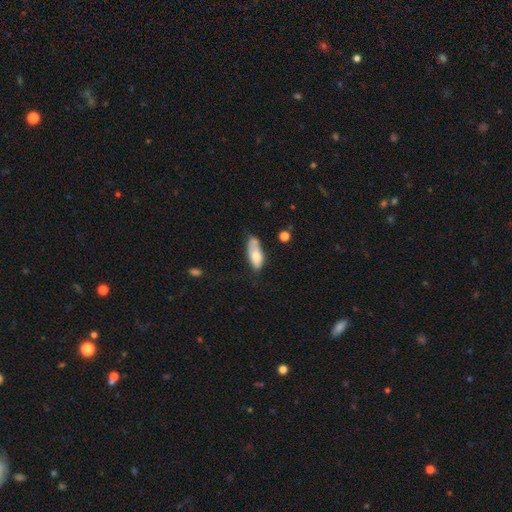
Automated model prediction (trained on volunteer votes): A smooth galaxy with no disk features (69%) that is in between round and cigar-shaped (79%).

Vote fractions:
- Smooth or featured? smooth: 69% / featured or disk: 24% / star or artifact: 7%
- How rounded? in between: 79% / cigar-shaped: 19% / round: 2%
- Merging? none: 42% / minor disturbance: 35% / major disturbance: 13% / merger: 11%